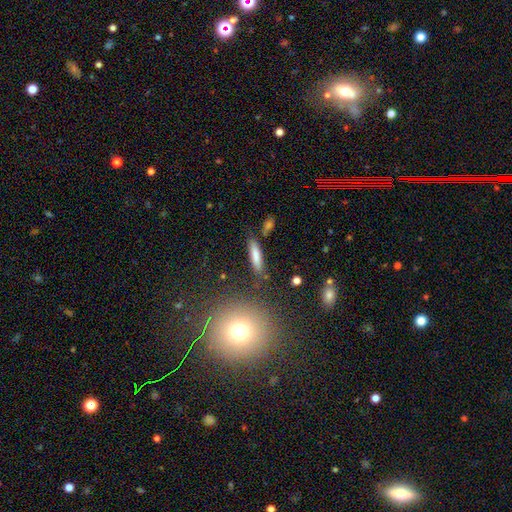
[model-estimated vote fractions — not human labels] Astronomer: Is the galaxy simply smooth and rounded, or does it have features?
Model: smooth — 78%.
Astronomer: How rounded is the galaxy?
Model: cigar-shaped — 80%.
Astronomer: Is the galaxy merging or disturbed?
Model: none — 78%.